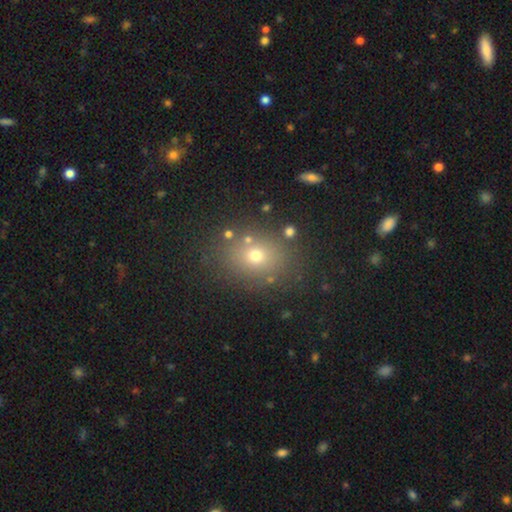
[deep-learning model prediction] smooth_or_featured: smooth (p=0.68) [alt: star or artifact p=0.19]
how_rounded: round (p=0.52) [alt: in between p=0.47]
merging: none (p=0.81) [alt: minor disturbance p=0.10]